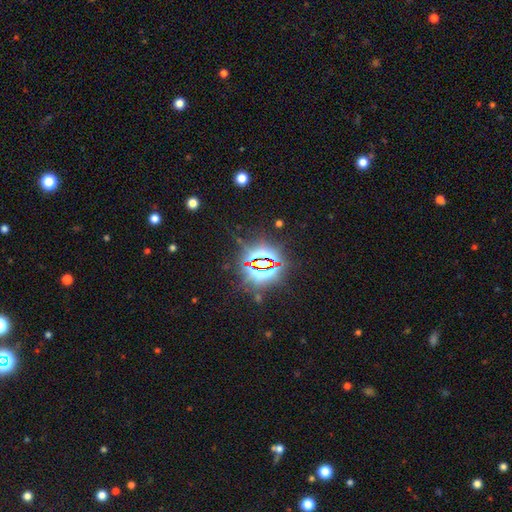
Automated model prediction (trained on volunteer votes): The model was most divided on "smooth or featured": star or artifact: 85%, smooth: 9%, featured or disk: 6%.